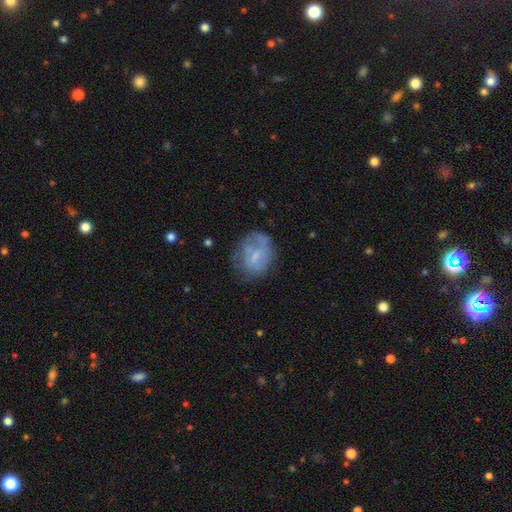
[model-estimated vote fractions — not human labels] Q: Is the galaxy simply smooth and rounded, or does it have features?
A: smooth — 50%.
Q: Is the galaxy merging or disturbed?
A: none — 53%.